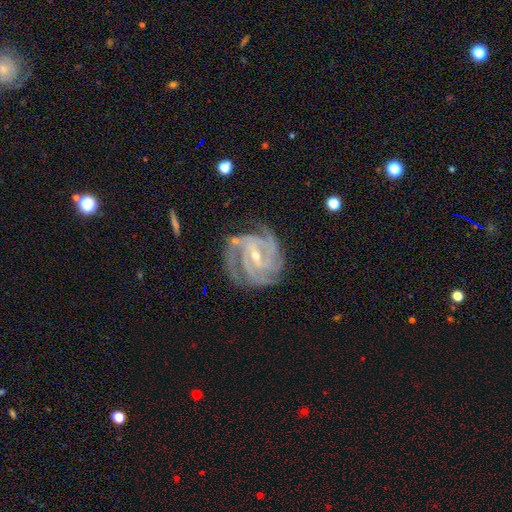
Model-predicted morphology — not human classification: Smooth or featured? Predicted: featured or disk (p=0.93). Edge-on disk? Predicted: no (p=0.98). Bar? Predicted: weak (p=0.44). Spiral arms? Predicted: yes (p=0.99). Spiral winding? Predicted: tight (p=0.68). Spiral arm count? Predicted: 3 (p=0.42). Bulge size? Predicted: small (p=0.61). Merging? Predicted: none (p=0.73).